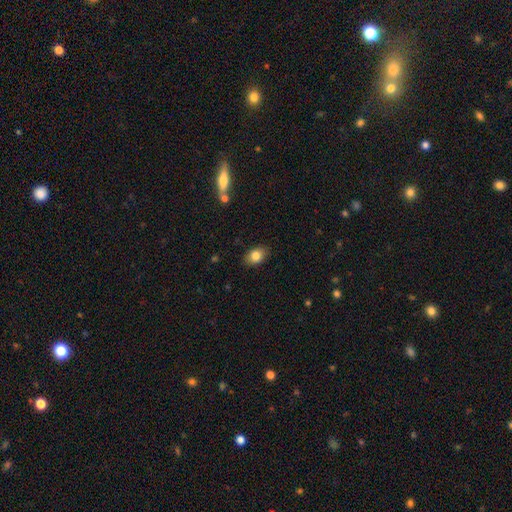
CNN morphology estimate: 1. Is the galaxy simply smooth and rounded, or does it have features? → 82% smooth, 9% featured or disk, 9% star or artifact.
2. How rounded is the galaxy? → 80% in between, 19% round, 1% cigar-shaped.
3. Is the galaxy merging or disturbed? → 87% none, 10% minor disturbance, 2% major disturbance, 1% merger.